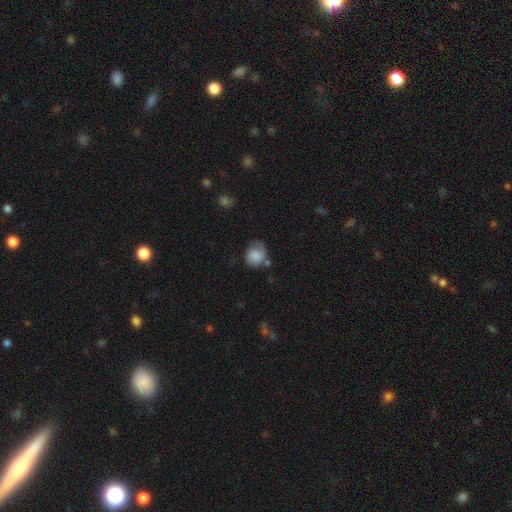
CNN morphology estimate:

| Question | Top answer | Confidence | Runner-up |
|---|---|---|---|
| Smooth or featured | smooth | 67% | featured or disk (25%) |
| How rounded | round | 61% | in between (39%) |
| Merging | none | 45% | minor disturbance (31%) |